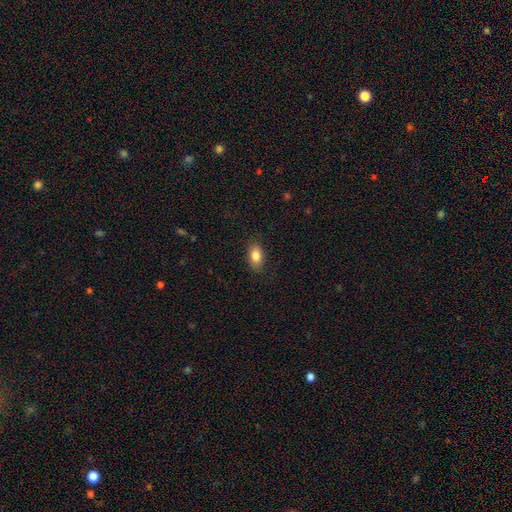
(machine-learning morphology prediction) smooth_or_featured: smooth (p=0.84) [alt: featured or disk p=0.08]
how_rounded: in between (p=0.89) [alt: round p=0.09]
merging: none (p=0.86) [alt: minor disturbance p=0.10]